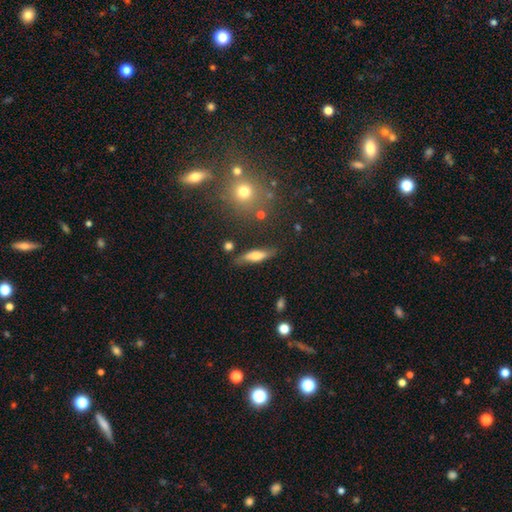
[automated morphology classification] This appears to be a smooth galaxy with no disk features (54%) that is cigar-shaped (64%). Merging: none (74%).